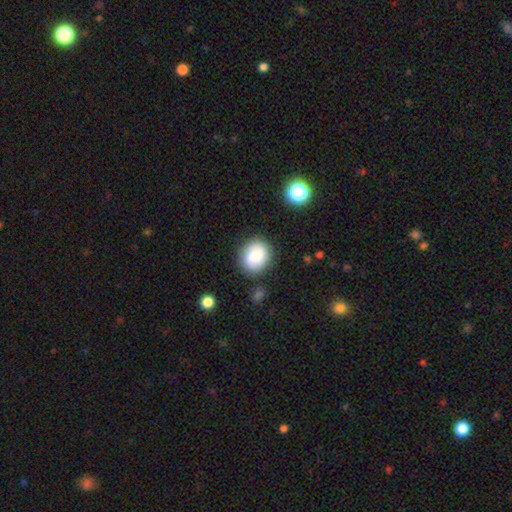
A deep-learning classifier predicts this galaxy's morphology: smooth_or_featured: smooth (p=0.83) [alt: featured or disk p=0.09]
how_rounded: round (p=0.69) [alt: in between p=0.30]
merging: none (p=0.82) [alt: minor disturbance p=0.12]